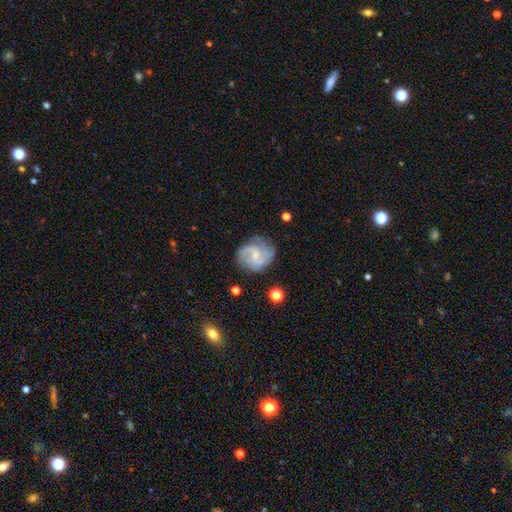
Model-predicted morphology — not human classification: Q: Smooth or featured?
A: featured or disk (76%); runner-up: smooth (17%)
Q: Edge-on disk?
A: no (98%); runner-up: yes (2%)
Q: Bar?
A: weak (49%); runner-up: no (43%)
Q: Spiral arms?
A: yes (93%); runner-up: no (7%)
Q: Spiral winding?
A: medium (48%); runner-up: tight (27%)
Q: Spiral arm count?
A: 2 (47%); runner-up: 3 (21%)
Q: Bulge size?
A: small (67%); runner-up: moderate (22%)
Q: Merging?
A: none (69%); runner-up: minor disturbance (20%)